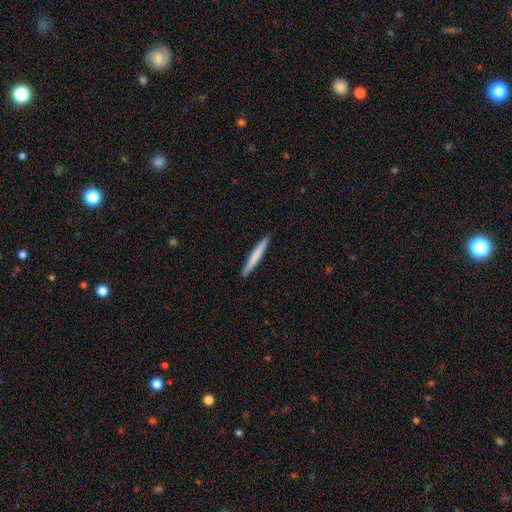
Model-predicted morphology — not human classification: Q: Smooth or featured?
A: smooth (65%); runner-up: featured or disk (30%)
Q: How rounded?
A: cigar-shaped (97%); runner-up: in between (2%)
Q: Merging?
A: none (92%); runner-up: minor disturbance (6%)